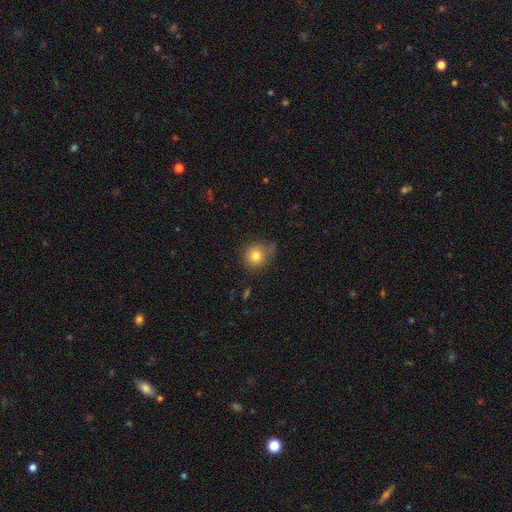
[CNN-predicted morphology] This is likely a smooth galaxy (79%). How rounded: clearly round (88%). Merging: likely none (67%).